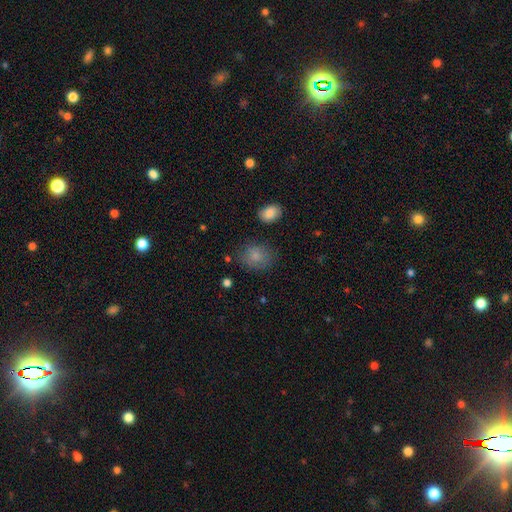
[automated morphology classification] smooth 83%, star or artifact 10%, featured or disk 7%. Down the decision tree: how rounded — round (53%); merging — none (76%).